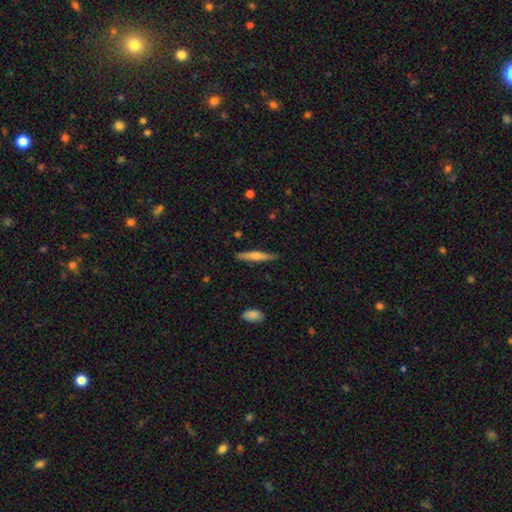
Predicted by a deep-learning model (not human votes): Smooth or featured? Predicted: featured or disk (p=0.52). Edge-on disk? Predicted: yes (p=0.96). Edge-on bulge? Predicted: rounded (p=0.79). Merging? Predicted: none (p=0.88).